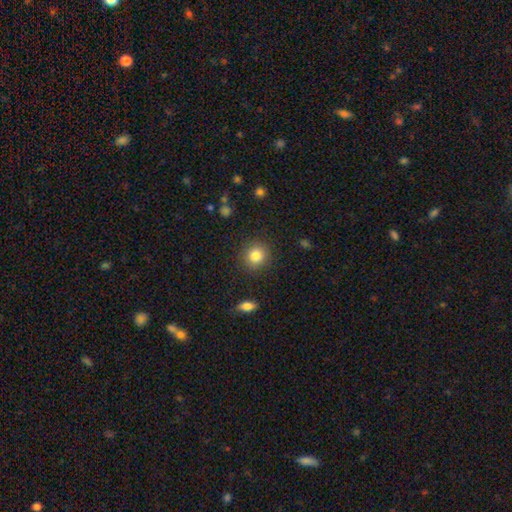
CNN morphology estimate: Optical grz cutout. It shows a smooth galaxy with no disk features (83%) that is round (87%). Merging: none (89%).